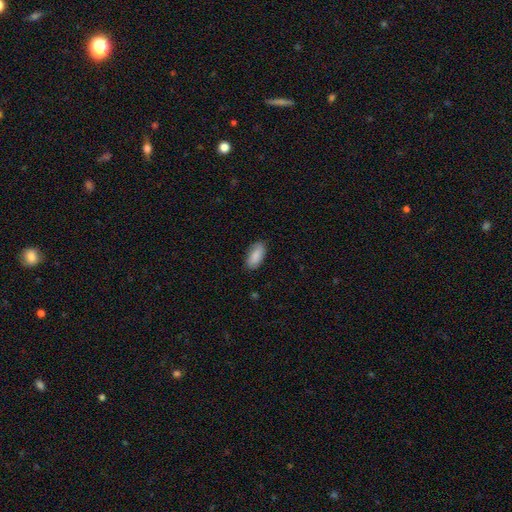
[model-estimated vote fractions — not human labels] Q: Smooth or featured?
A: smooth (87%); runner-up: featured or disk (7%)
Q: How rounded?
A: in between (92%); runner-up: cigar-shaped (6%)
Q: Merging?
A: none (83%); runner-up: minor disturbance (13%)